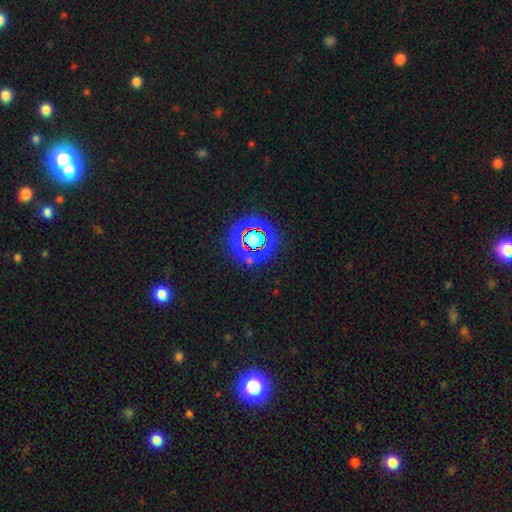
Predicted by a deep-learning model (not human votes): Morphology: type=star or artifact (76%).